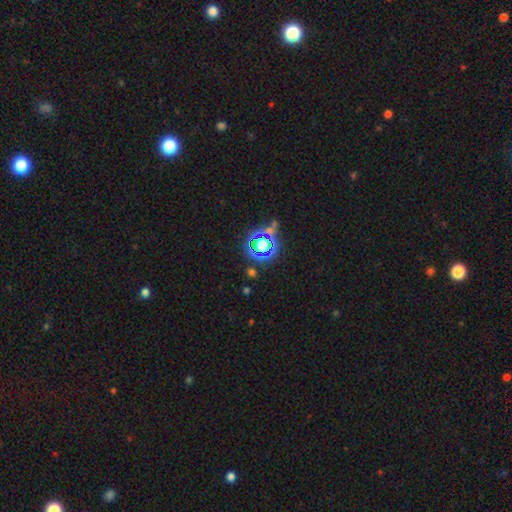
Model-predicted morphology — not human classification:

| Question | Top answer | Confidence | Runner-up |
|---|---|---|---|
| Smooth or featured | star or artifact | 62% | smooth (27%) |